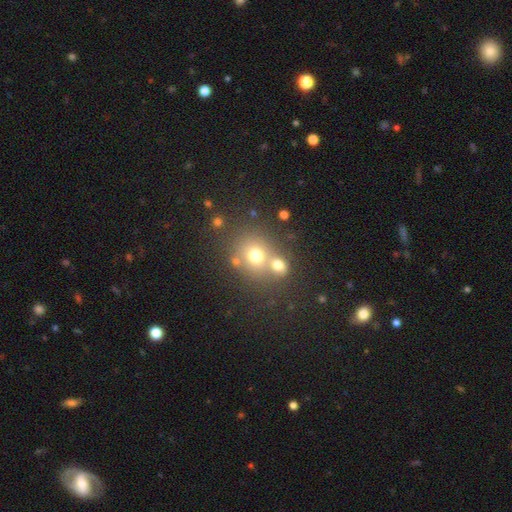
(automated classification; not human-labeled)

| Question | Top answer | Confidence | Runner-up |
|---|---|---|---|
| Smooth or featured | smooth | 70% | star or artifact (17%) |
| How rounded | round | 77% | in between (22%) |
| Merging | none | 47% | merger (41%) |